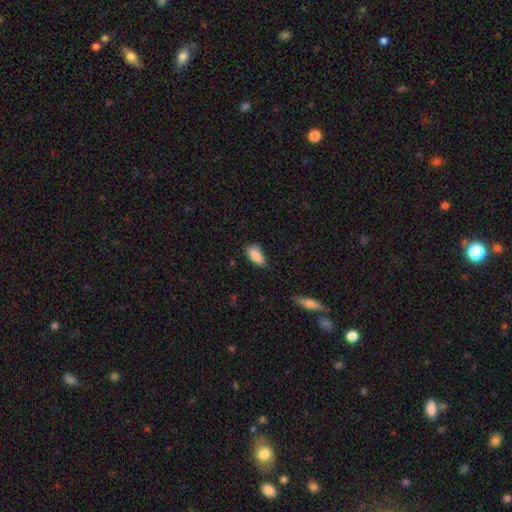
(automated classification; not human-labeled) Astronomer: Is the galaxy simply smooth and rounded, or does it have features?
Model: smooth — 88%.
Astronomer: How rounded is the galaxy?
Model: in between — 84%.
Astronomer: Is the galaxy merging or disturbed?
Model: none — 71%.